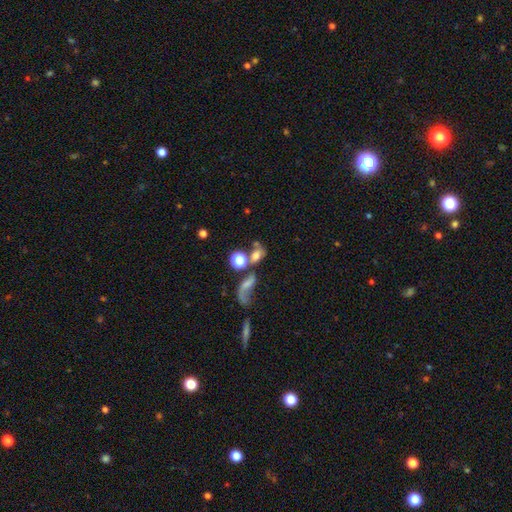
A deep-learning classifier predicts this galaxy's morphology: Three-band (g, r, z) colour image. It shows a smooth galaxy with no disk features (60%) that is in between round and cigar-shaped (56%). Merging: merger (39%).